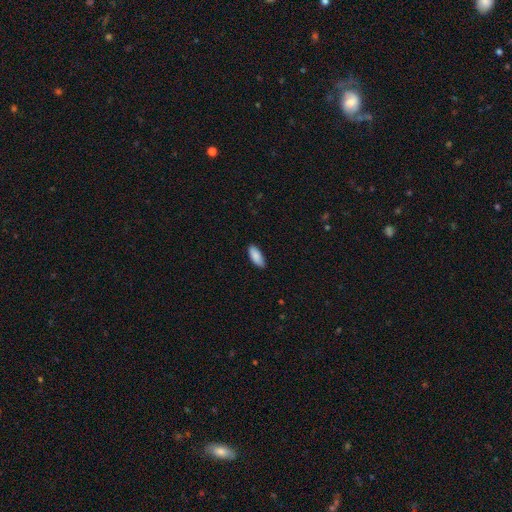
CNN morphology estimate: This is clearly a smooth galaxy (90%). How rounded: clearly in between (82%). Merging: clearly none (87%).